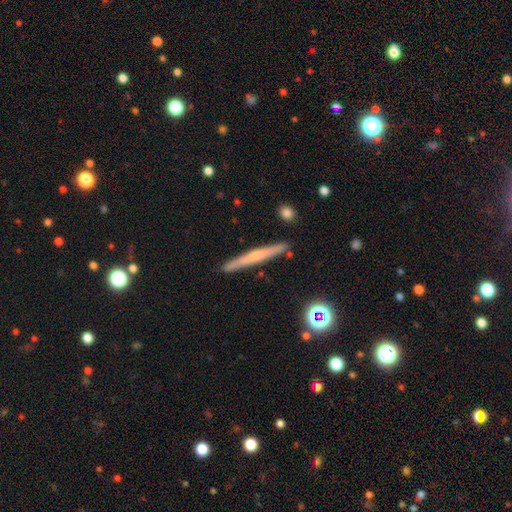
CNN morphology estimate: smooth-or-featured: featured or disk: 54% | smooth: 38% | star or artifact: 8%
  disk-edge-on: yes: 96% | no: 4%
    edge-on-bulge: none: 47% | rounded: 46% | boxy: 8%
  merging: none: 89% | minor disturbance: 8% | merger: 2% | major disturbance: 2%